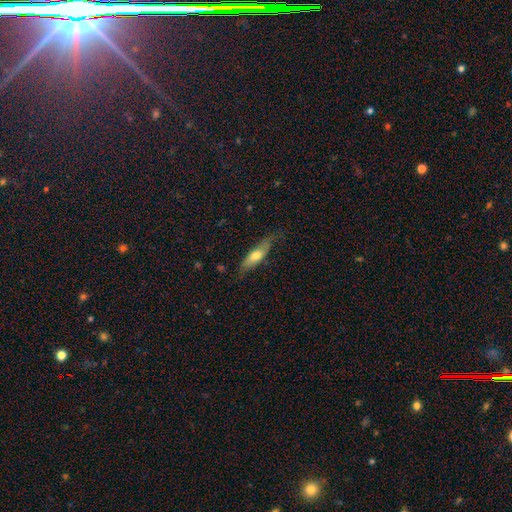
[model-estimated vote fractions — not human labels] Morphology: type=smooth (57%); roundness=cigar-shaped (56%); merging=none (64%).